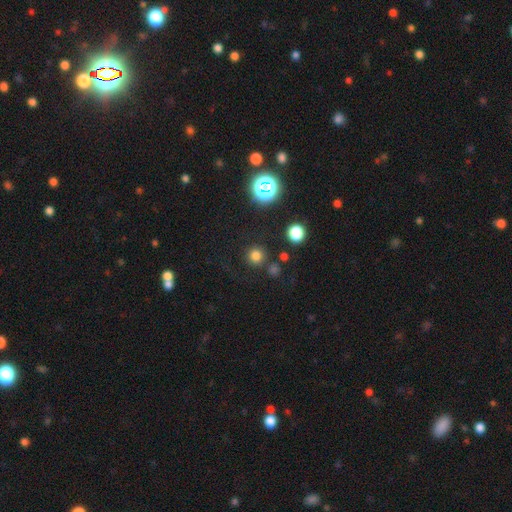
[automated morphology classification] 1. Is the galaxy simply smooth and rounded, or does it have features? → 72% smooth, 22% star or artifact, 6% featured or disk.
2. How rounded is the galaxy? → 94% round, 5% in between, 1% cigar-shaped.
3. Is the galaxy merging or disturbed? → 84% none, 7% minor disturbance, 6% merger, 4% major disturbance.